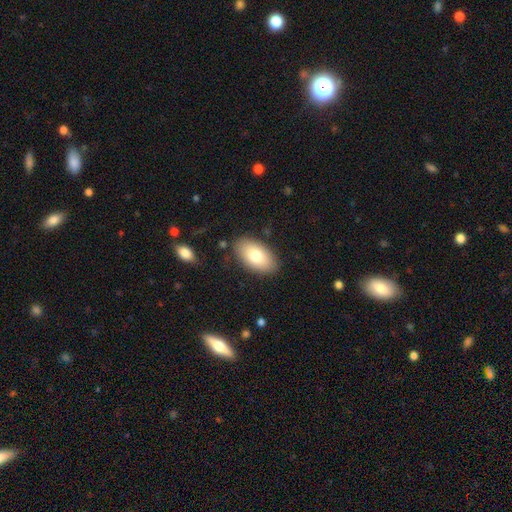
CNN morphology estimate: Smooth or featured? smooth (77%)
How rounded? in between (94%)
Merging? none (85%)